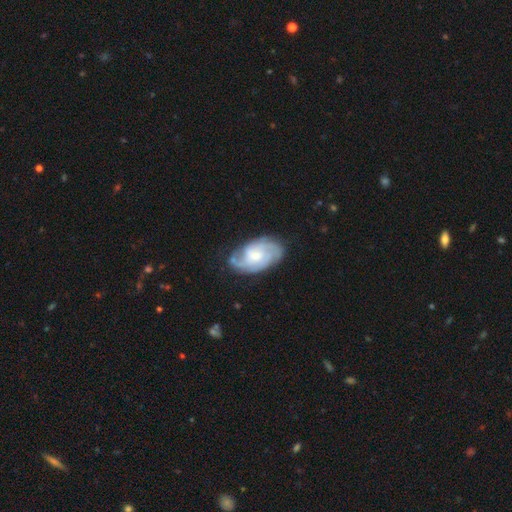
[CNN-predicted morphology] Smooth or featured? featured or disk (82%)
Edge-on disk? no (97%)
Bar? no (65%)
Spiral arms? yes (96%)
Spiral winding? tight (52%)
Spiral arm count? 3 (28%)
Bulge size? small (56%)
Merging? none (73%)